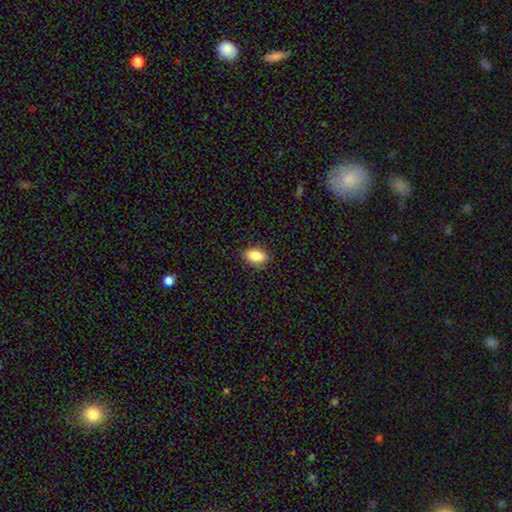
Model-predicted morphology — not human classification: smooth 86%, star or artifact 8%, featured or disk 6%. Down the decision tree: how rounded — in between (89%); merging — none (86%).